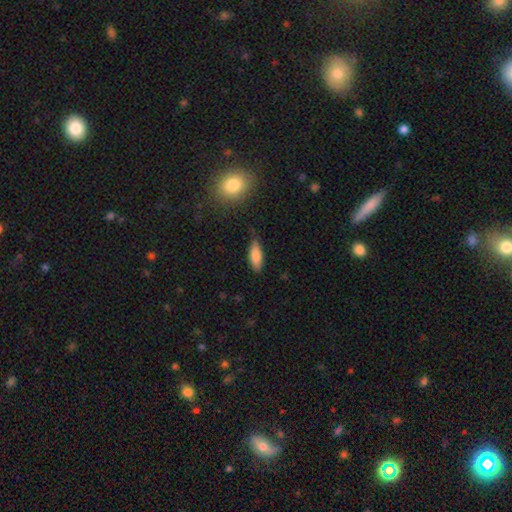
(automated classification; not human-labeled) Smooth or featured? smooth (80%)
How rounded? in between (64%)
Merging? none (77%)